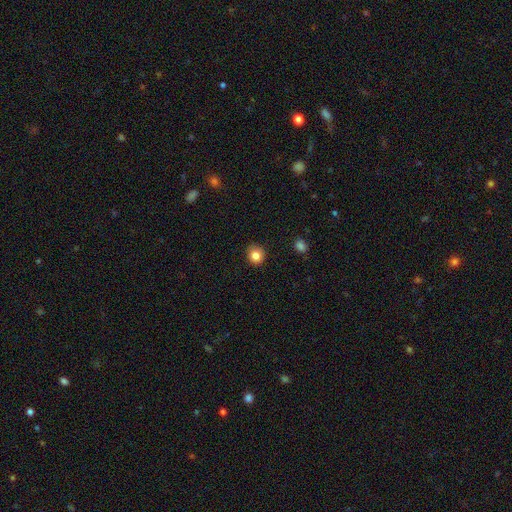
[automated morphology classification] Smooth or featured?
  - smooth: 84% *
  - star or artifact: 10%
  - featured or disk: 6%
How rounded?
  - round: 88% *
  - in between: 11%
  - cigar-shaped: 1%
Merging?
  - none: 87% *
  - minor disturbance: 10%
  - major disturbance: 2%
  - merger: 1%